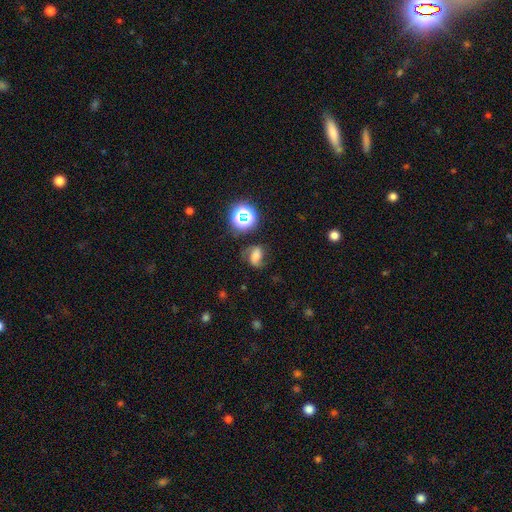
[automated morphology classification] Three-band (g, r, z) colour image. It shows a featured or disk galaxy (48%). Merging: none (61%).